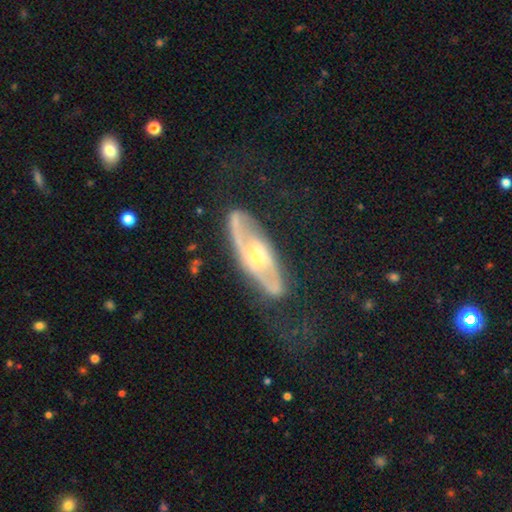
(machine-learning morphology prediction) Smooth or featured? Predicted: featured or disk (p=0.80). Edge-on disk? Predicted: no (p=0.82). Bar? Predicted: no (p=0.60). Spiral arms? Predicted: yes (p=0.77). Spiral winding? Predicted: medium (p=0.43). Spiral arm count? Predicted: 2 (p=0.76). Bulge size? Predicted: moderate (p=0.63). Merging? Predicted: none (p=0.68).